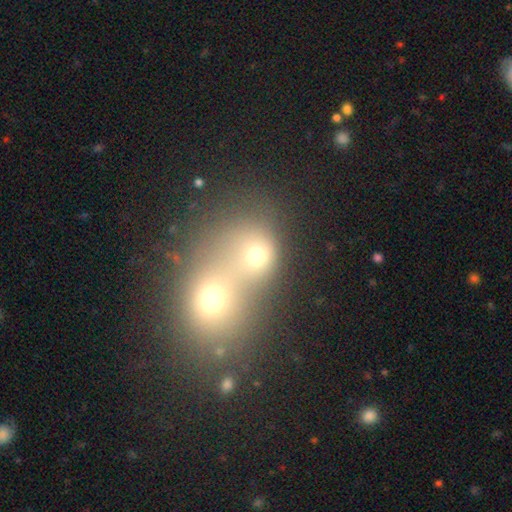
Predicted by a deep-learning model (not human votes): Smooth or featured? Predicted: smooth (p=0.67). How rounded? Predicted: round (p=0.69). Merging? Predicted: merger (p=0.77).